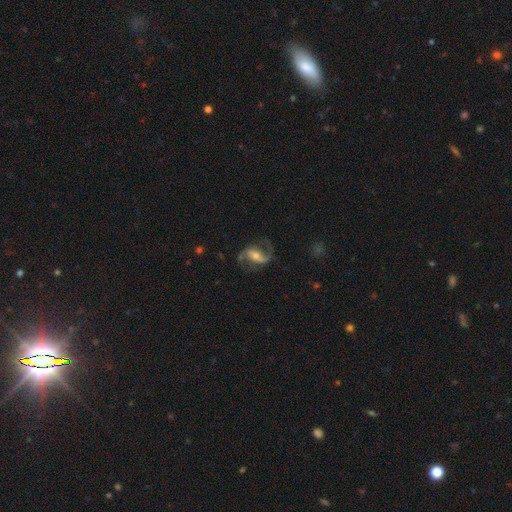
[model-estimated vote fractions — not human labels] This is clearly a featured or disk galaxy (85%). It is clearly not viewed edge-on (96%). Bar: marginally strong (43%). Spiral arm pattern: clearly yes (95%). Spiral arm count: clearly 2 (91%). Spiral winding: possibly loose (49%). Central bulge: possibly moderate (50%). Merging: likely none (73%).